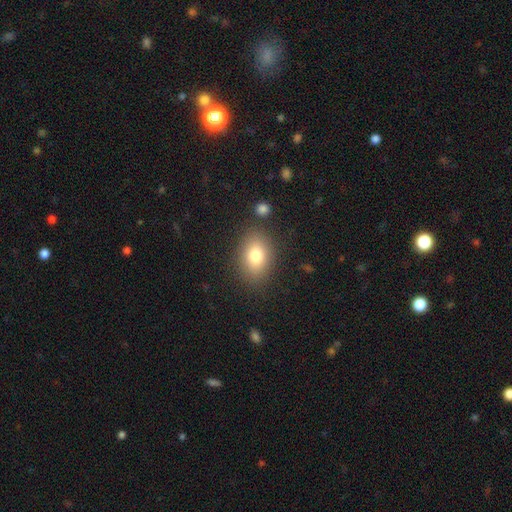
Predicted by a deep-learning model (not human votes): This appears to be a smooth galaxy with no disk features (79%) that is in between round and cigar-shaped (73%). Merging: none (82%).